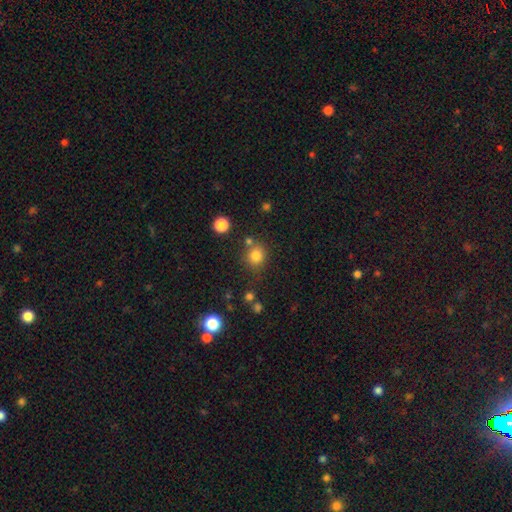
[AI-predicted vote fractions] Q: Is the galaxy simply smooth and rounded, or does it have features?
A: smooth — 80%.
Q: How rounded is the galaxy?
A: round — 84%.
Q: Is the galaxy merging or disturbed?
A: none — 73%.